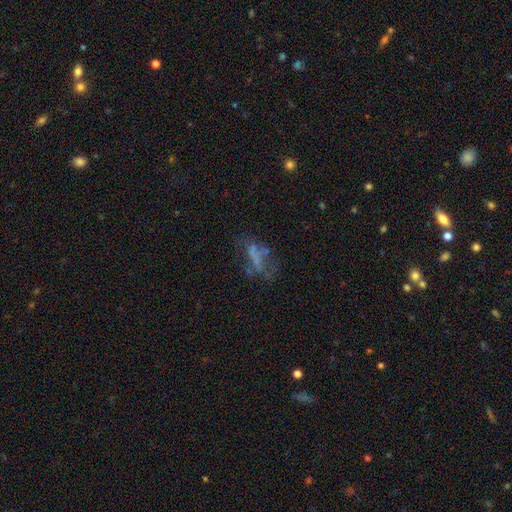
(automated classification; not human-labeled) smooth-or-featured: featured or disk: 44% | smooth: 34% | star or artifact: 22%
  merging: none: 38% | major disturbance: 34% | minor disturbance: 18% | merger: 10%